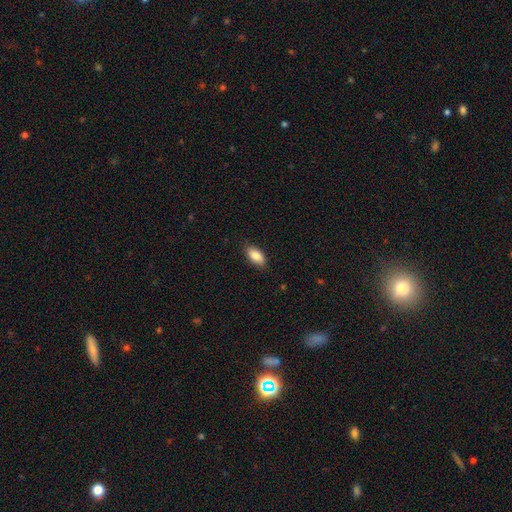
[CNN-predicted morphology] A smooth galaxy with no disk features (86%) that is in between round and cigar-shaped (92%).

Vote fractions:
- Smooth or featured? smooth: 86% / featured or disk: 8% / star or artifact: 7%
- How rounded? in between: 92% / cigar-shaped: 5% / round: 3%
- Merging? none: 85% / minor disturbance: 11% / major disturbance: 2% / merger: 1%